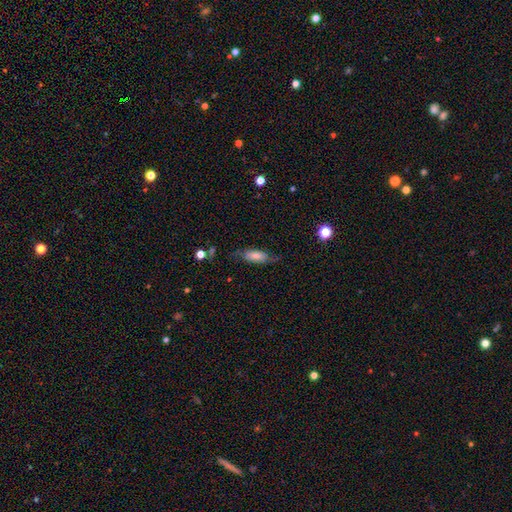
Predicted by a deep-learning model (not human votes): smooth 59%, featured or disk 33%, star or artifact 8%. Down the decision tree: how rounded — in between (71%); merging — none (63%).